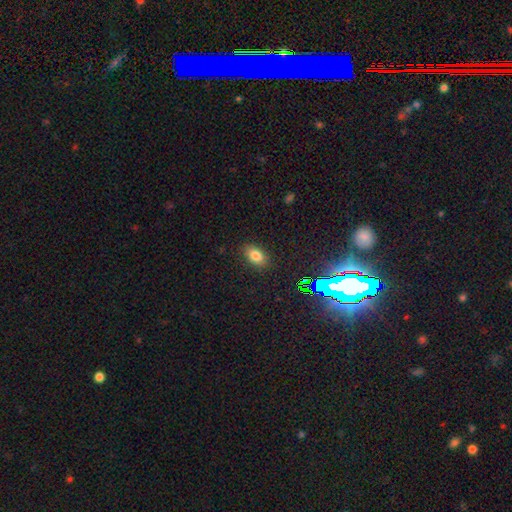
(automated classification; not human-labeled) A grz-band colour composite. It shows a smooth galaxy with no disk features (77%) that is in between round and cigar-shaped (87%). Merging: none (87%).